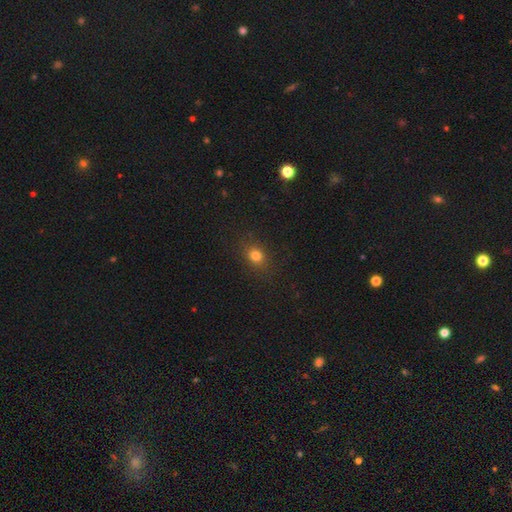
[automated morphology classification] A smooth galaxy with no disk features (78%) that is round (59%).

Vote fractions:
- Smooth or featured? smooth: 78% / star or artifact: 15% / featured or disk: 7%
- How rounded? round: 59% / in between: 39% / cigar-shaped: 2%
- Merging? none: 87% / minor disturbance: 9% / major disturbance: 3% / merger: 1%